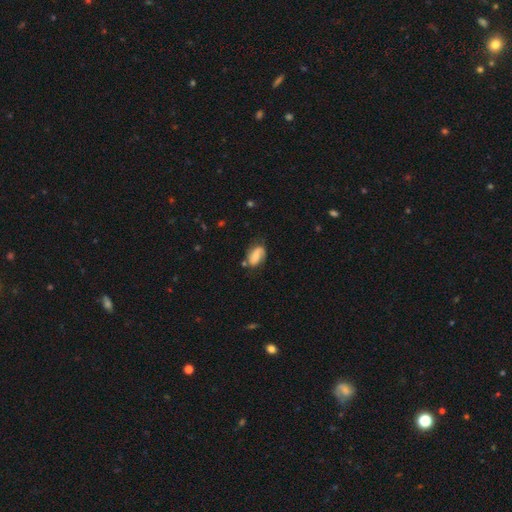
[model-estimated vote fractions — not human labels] Smooth or featured?
  - smooth: 46% *
  - featured or disk: 45%
  - star or artifact: 8%
Merging?
  - none: 62% *
  - minor disturbance: 25%
  - major disturbance: 8%
  - merger: 5%